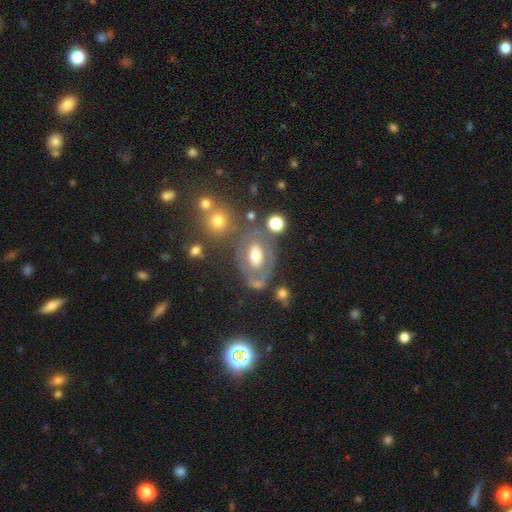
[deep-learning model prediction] This is possibly a featured or disk galaxy (49%). Merging: possibly none (53%).